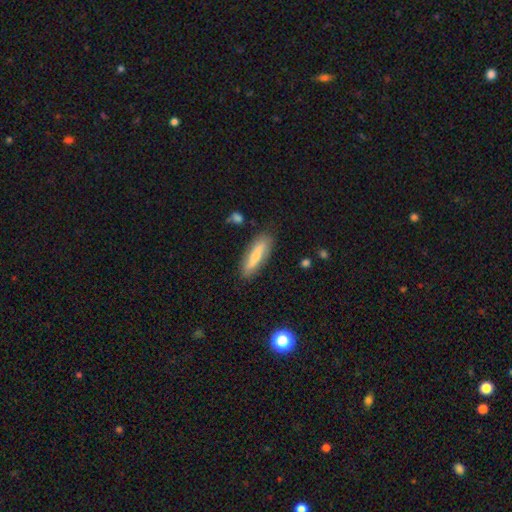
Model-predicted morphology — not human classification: This appears to be a smooth galaxy with no disk features (70%) that is cigar-shaped (63%). Merging: none (82%).